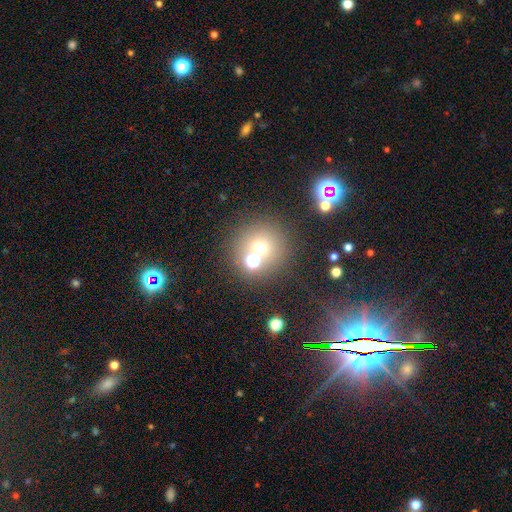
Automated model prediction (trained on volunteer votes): Smooth or featured: smooth — 62% (star or artifact — 23%)
How rounded: round — 92% (in between — 7%)
Merging: none — 62% (merger — 26%)